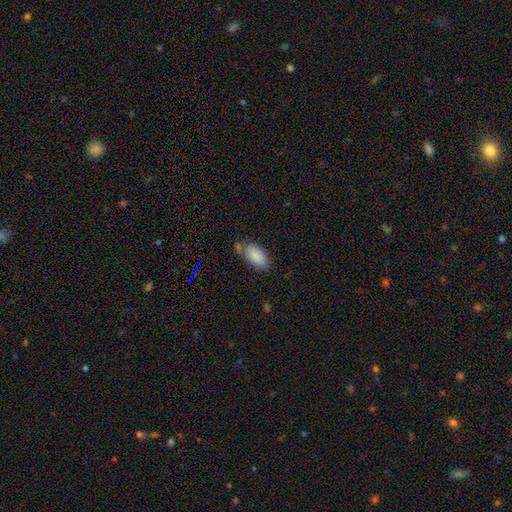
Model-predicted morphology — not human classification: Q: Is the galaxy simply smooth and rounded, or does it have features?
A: smooth — 87%.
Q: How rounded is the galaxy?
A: in between — 92%.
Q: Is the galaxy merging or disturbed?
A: none — 60%.